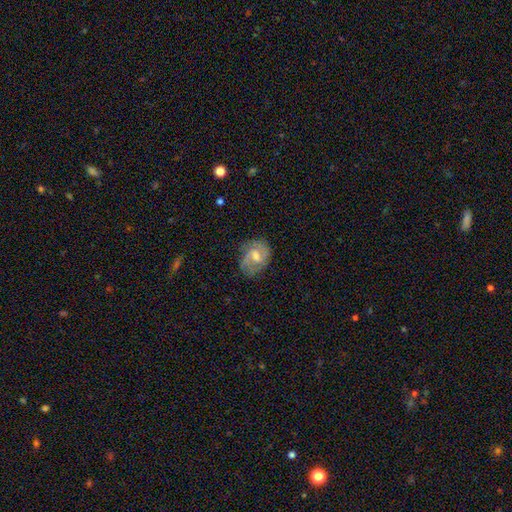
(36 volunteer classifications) smooth-or-featured: featured or disk: 72% | smooth: 25% | star or artifact: 3%
  disk-edge-on: no: 100% | yes: 0%
    bar: weak: 73% | no: 15% | strong: 12%
    has-spiral-arms: yes: 77% | no: 23%
      spiral-winding: medium: 60% | tight: 30% | loose: 10%
      spiral-arm-count: 2: 75% | can't tell: 15% | 3: 5% | 4: 5% | 1: 0% | more than 4: 0%
    bulge-size: moderate: 69% | small: 23% | none: 8% | dominant: 0% | large: 0%
  merging: none: 46% | minor disturbance: 40% | major disturbance: 14% | merger: 0%